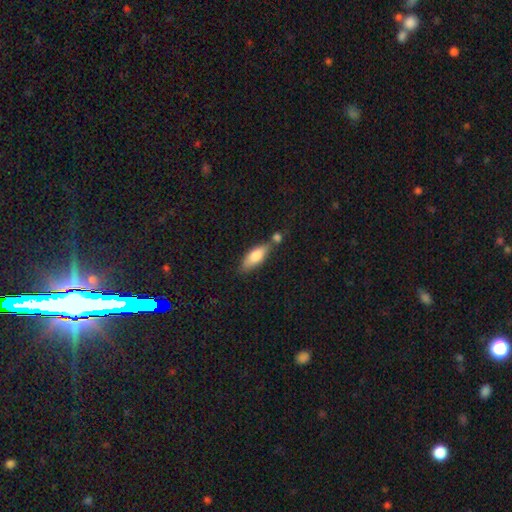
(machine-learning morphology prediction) Smooth or featured?
  - smooth: 77% *
  - featured or disk: 16%
  - star or artifact: 6%
How rounded?
  - in between: 68% *
  - cigar-shaped: 30%
  - round: 3%
Merging?
  - none: 56% *
  - merger: 23%
  - minor disturbance: 16%
  - major disturbance: 4%